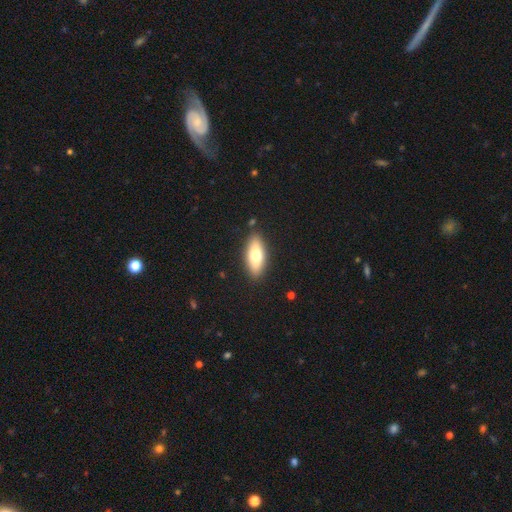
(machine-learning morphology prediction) Smooth or featured? Predicted: smooth (p=0.68). How rounded? Predicted: in between (p=0.77). Merging? Predicted: none (p=0.87).